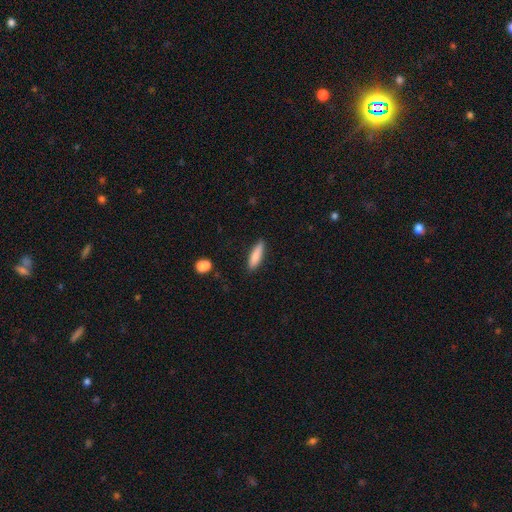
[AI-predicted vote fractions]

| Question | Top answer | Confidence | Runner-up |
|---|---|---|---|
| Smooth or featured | smooth | 81% | featured or disk (12%) |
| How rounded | cigar-shaped | 69% | in between (30%) |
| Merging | none | 85% | minor disturbance (11%) |